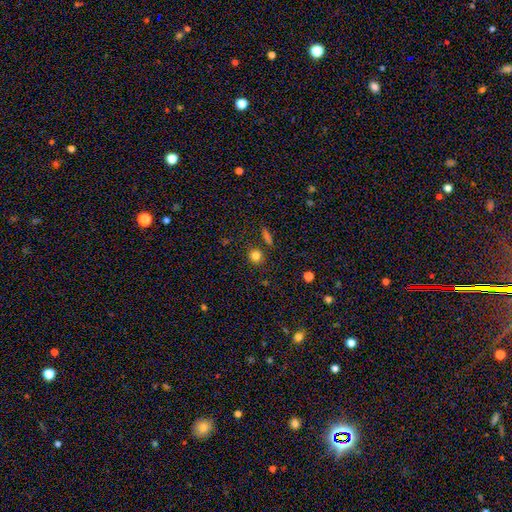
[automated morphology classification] A smooth galaxy with no disk features (80%) that is round (87%). Merging: none (83%).